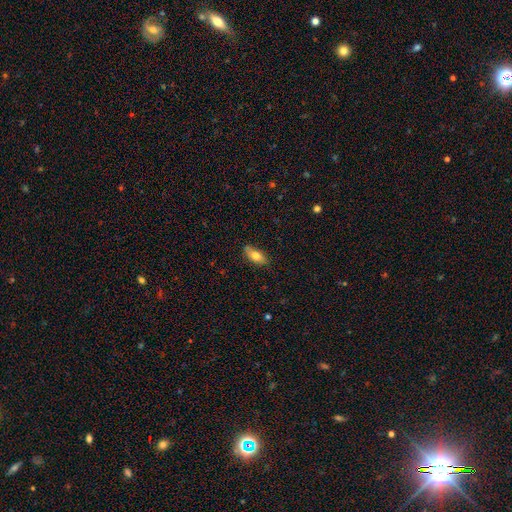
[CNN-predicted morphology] Overall: smooth (72%). How rounded: in between (80%). Merging: none (79%).